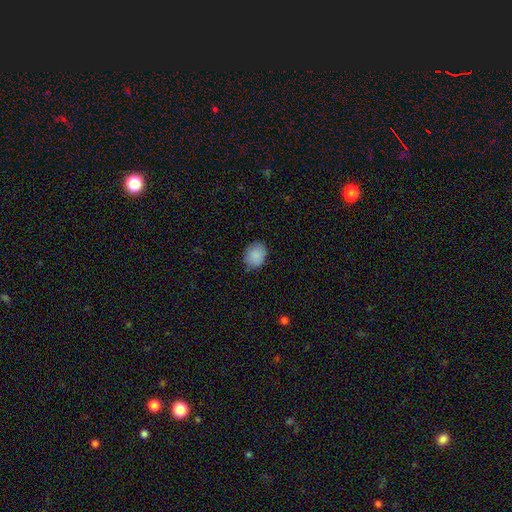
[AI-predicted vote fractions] smooth_or_featured: smooth (p=0.88) [alt: star or artifact p=0.08]
how_rounded: round (p=0.50) [alt: in between p=0.49]
merging: none (p=0.79) [alt: minor disturbance p=0.17]